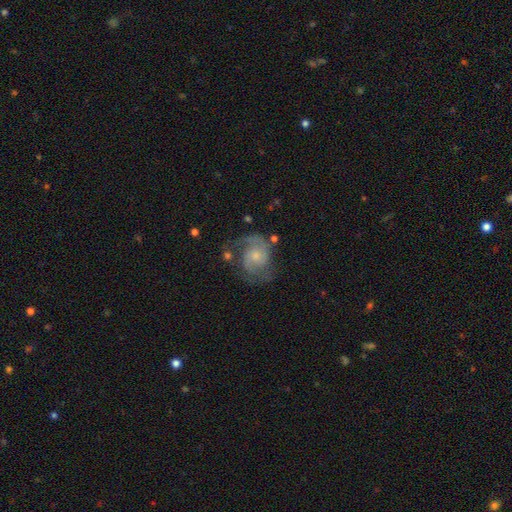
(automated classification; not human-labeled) A featured or disk galaxy (82%) with no bar (65%), 2 (83%) medium (53%) spiral arms (95%) and a small central bulge (58%).

Vote fractions:
- Smooth or featured? featured or disk: 82% / smooth: 12% / star or artifact: 7%
- Edge-on disk? no: 98% / yes: 2%
- Bar? no: 65% / weak: 31% / strong: 5%
- Spiral arms? yes: 95% / no: 5%
- Spiral winding? medium: 53% / tight: 26% / loose: 21%
- Spiral arm count? 2: 83% / can't tell: 7% / 1: 4% / 3: 3% / 4: 1% / more than 4: 1%
- Bulge size? small: 58% / moderate: 30% / none: 8% / large: 3% / dominant: 1%
- Merging? none: 63% / minor disturbance: 20% / major disturbance: 13% / merger: 4%